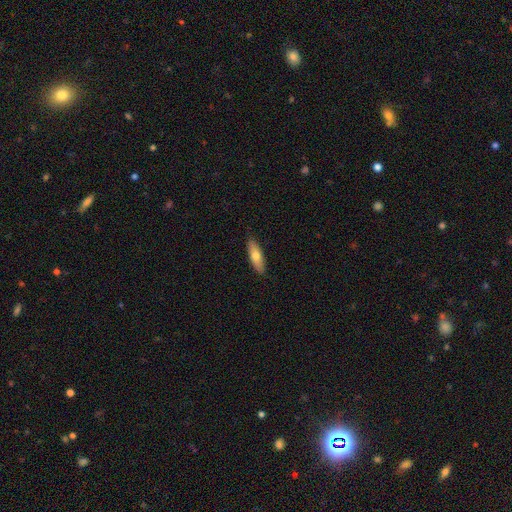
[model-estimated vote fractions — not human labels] Overall: smooth (68%). How rounded: cigar-shaped (51%; in between 47%). Merging: none (89%).